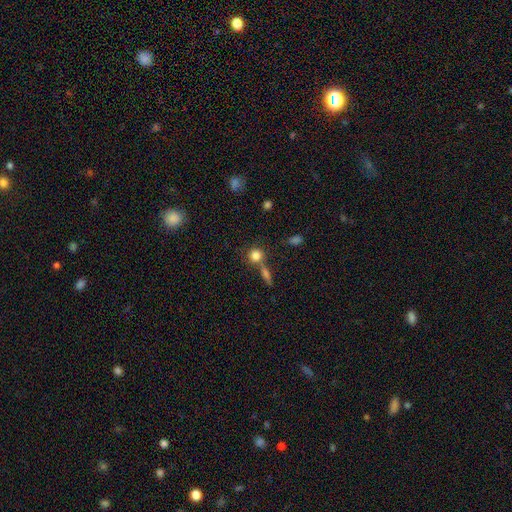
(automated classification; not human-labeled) Q: Smooth or featured?
A: smooth (80%); runner-up: star or artifact (10%)
Q: How rounded?
A: round (85%); runner-up: in between (13%)
Q: Merging?
A: none (58%); runner-up: merger (27%)